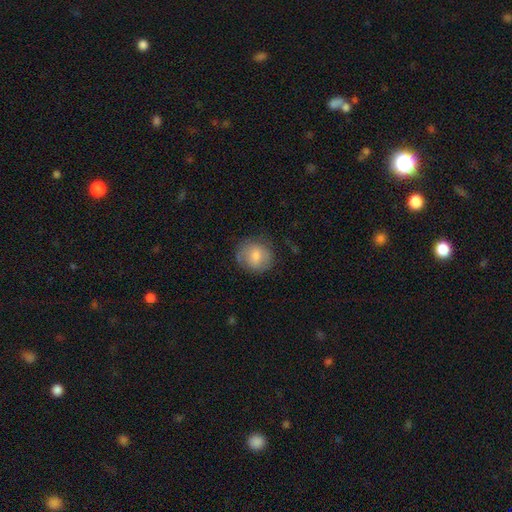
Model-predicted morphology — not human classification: Smooth or featured? smooth (74%)
How rounded? round (78%)
Merging? none (72%)